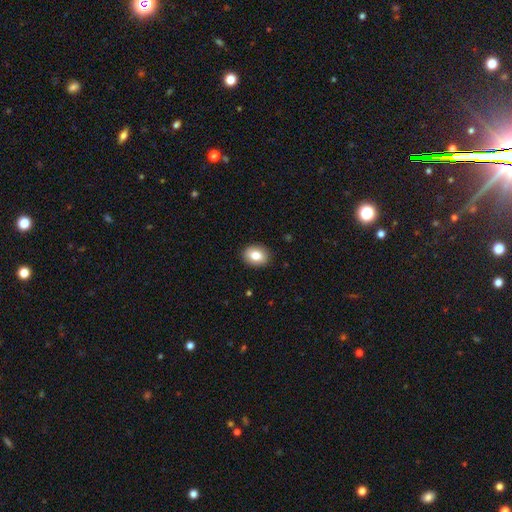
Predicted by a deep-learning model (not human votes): This is clearly a smooth galaxy (81%). How rounded: possibly in between (59%). Merging: clearly none (90%).